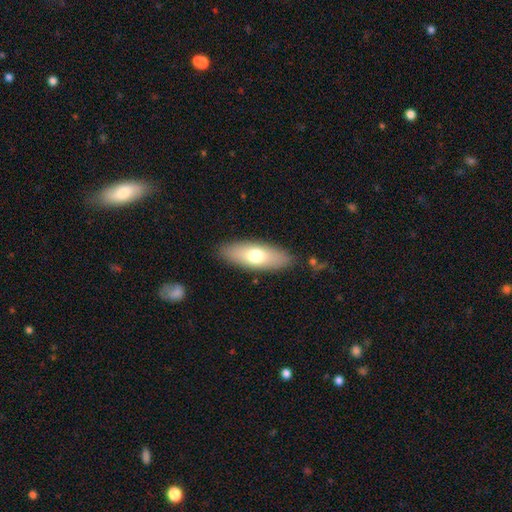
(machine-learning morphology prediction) A smooth galaxy with no disk features (67%) that is in between round and cigar-shaped (67%).

Vote fractions:
- Smooth or featured? smooth: 67% / featured or disk: 26% / star or artifact: 6%
- How rounded? in between: 67% / cigar-shaped: 30% / round: 3%
- Merging? none: 87% / minor disturbance: 9% / major disturbance: 3% / merger: 1%